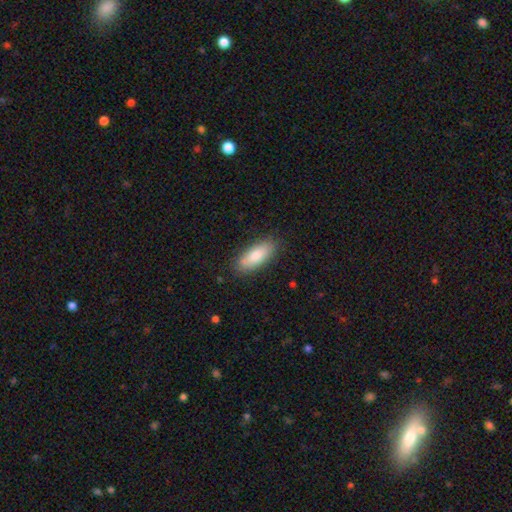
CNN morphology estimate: A smooth galaxy with no disk features (83%) that is in between round and cigar-shaped (75%). Merging: none (84%).